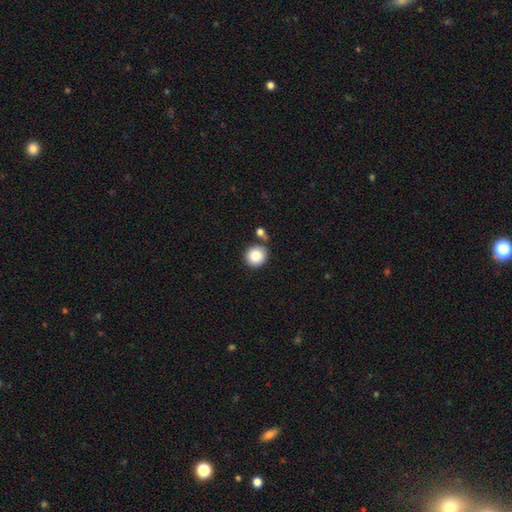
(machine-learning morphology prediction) Smooth or featured?
  - smooth: 86% *
  - star or artifact: 9%
  - featured or disk: 6%
How rounded?
  - round: 92% *
  - in between: 7%
  - cigar-shaped: 1%
Merging?
  - none: 74% *
  - merger: 12%
  - minor disturbance: 11%
  - major disturbance: 3%